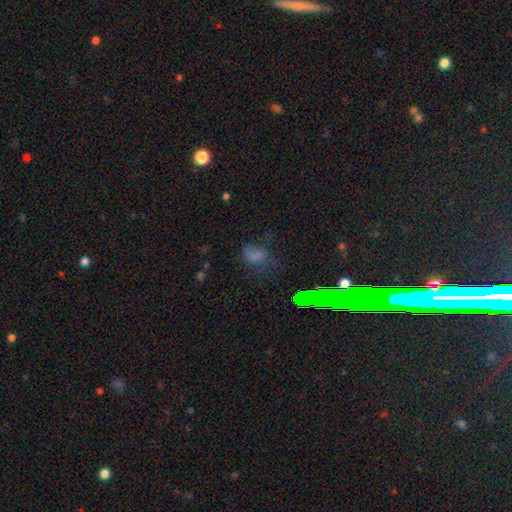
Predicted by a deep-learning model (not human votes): This is possibly a smooth galaxy (55%). How rounded: likely in between (71%). Merging: marginally none (41%).